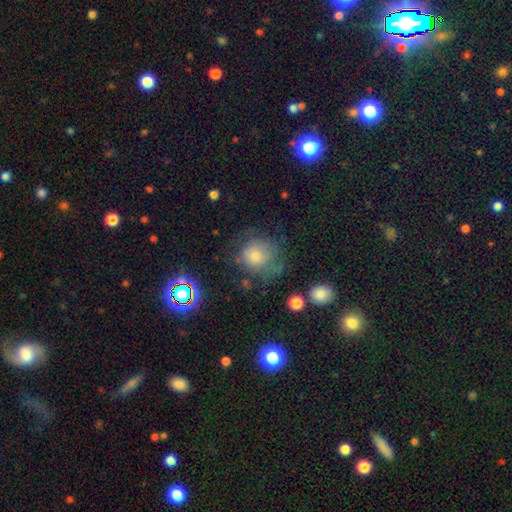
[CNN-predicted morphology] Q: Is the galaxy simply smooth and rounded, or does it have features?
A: smooth — 65%.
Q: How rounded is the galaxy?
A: round — 87%.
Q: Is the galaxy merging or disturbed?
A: none — 59%.